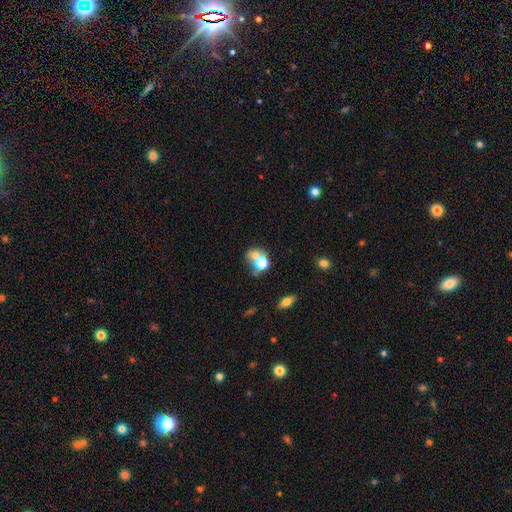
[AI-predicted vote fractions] A smooth galaxy with no disk features (63%) that is round (61%).

Vote fractions:
- Smooth or featured? smooth: 63% / featured or disk: 22% / star or artifact: 16%
- How rounded? round: 61% / in between: 38% / cigar-shaped: 1%
- Merging? merger: 54% / none: 29% / minor disturbance: 9% / major disturbance: 7%